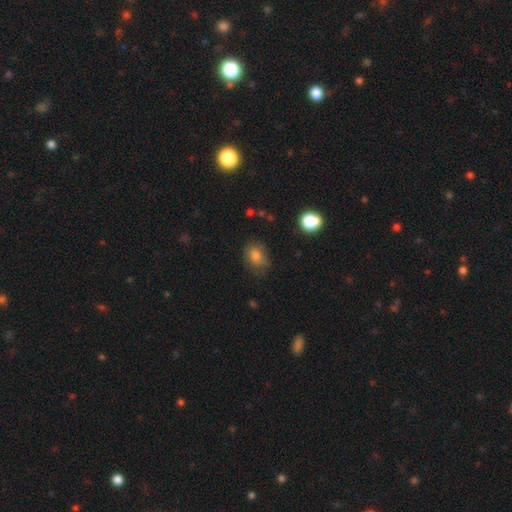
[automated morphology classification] Smooth or featured? smooth (78%)
How rounded? in between (62%)
Merging? none (66%)